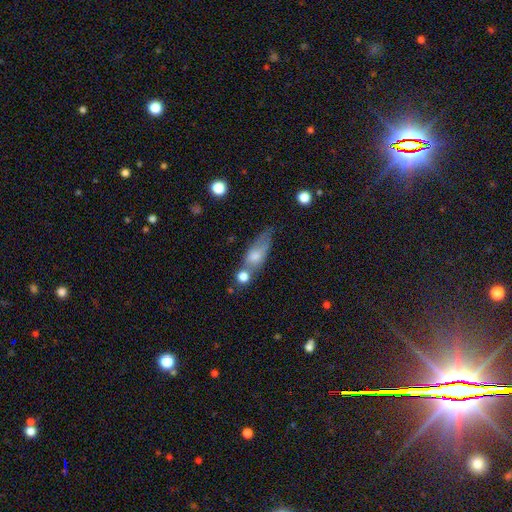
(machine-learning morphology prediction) smooth-or-featured: smooth: 59% | featured or disk: 31% | star or artifact: 10%
  how-rounded: in between: 55% | cigar-shaped: 38% | round: 7%
  merging: none: 43% | minor disturbance: 23% | merger: 21% | major disturbance: 13%